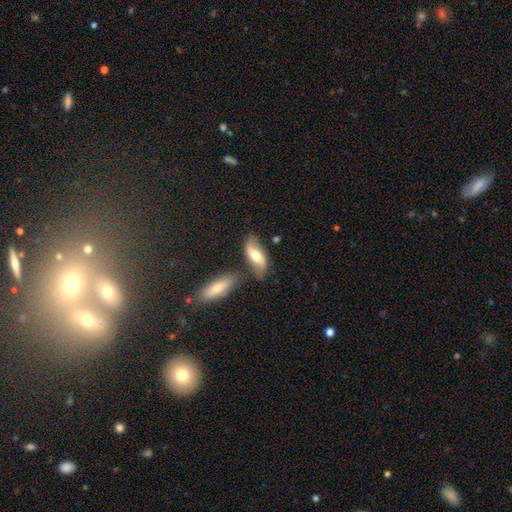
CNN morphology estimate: smooth-or-featured: smooth: 52% | featured or disk: 42% | star or artifact: 6%
  how-rounded: in between: 81% | cigar-shaped: 16% | round: 3%
  merging: none: 62% | minor disturbance: 18% | merger: 15% | major disturbance: 5%